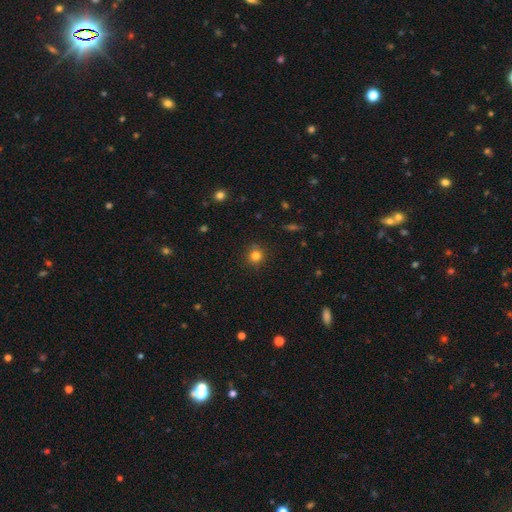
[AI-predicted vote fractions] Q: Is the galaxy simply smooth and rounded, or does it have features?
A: smooth — 82%.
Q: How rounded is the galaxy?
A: round — 92%.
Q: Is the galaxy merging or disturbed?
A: none — 88%.